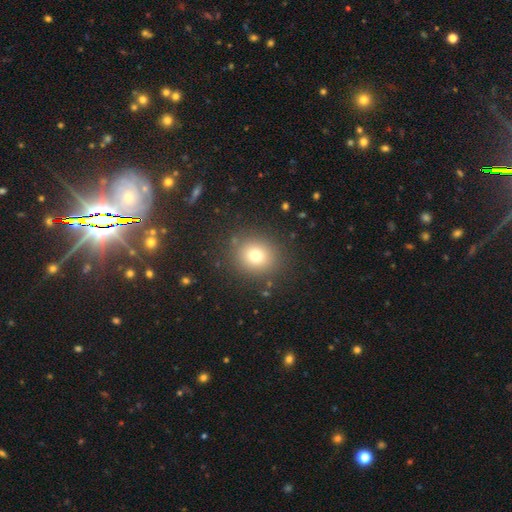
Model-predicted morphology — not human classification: This appears to be a smooth galaxy with no disk features (75%) that is round (79%). Merging: none (86%).